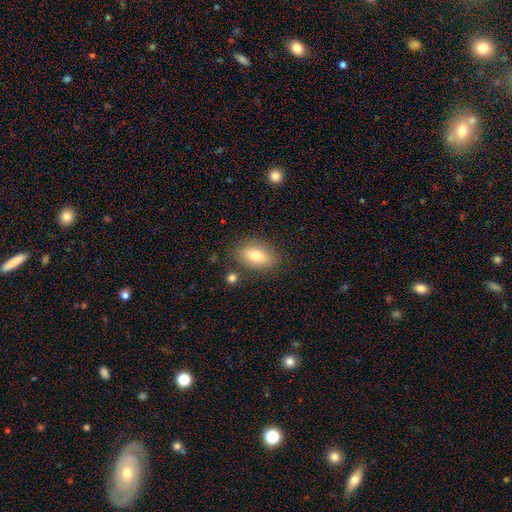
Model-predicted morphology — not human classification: This is likely a smooth galaxy (73%). How rounded: clearly in between (85%). Merging: clearly none (81%).